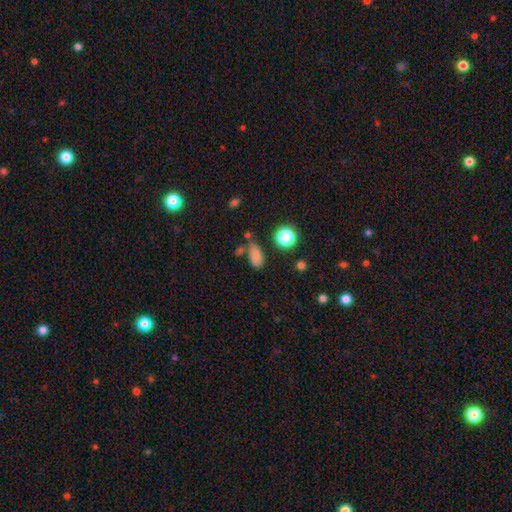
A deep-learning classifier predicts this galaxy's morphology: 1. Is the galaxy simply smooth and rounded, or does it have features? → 75% smooth, 16% star or artifact, 9% featured or disk.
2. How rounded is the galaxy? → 85% in between, 11% round, 4% cigar-shaped.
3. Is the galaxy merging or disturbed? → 57% none, 22% minor disturbance, 14% merger, 7% major disturbance.